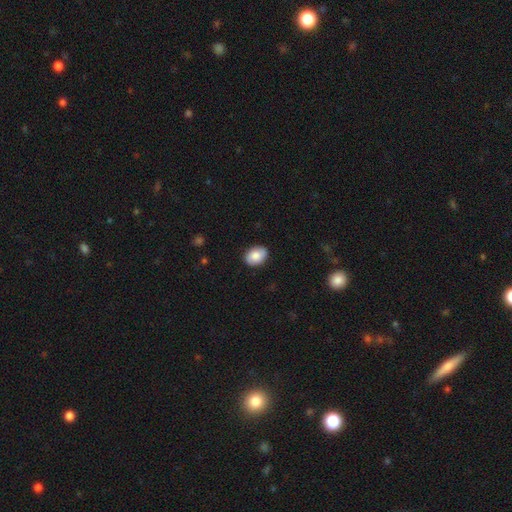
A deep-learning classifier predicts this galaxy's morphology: A smooth galaxy with no disk features (83%) that is in between round and cigar-shaped (78%). Merging: none (86%).